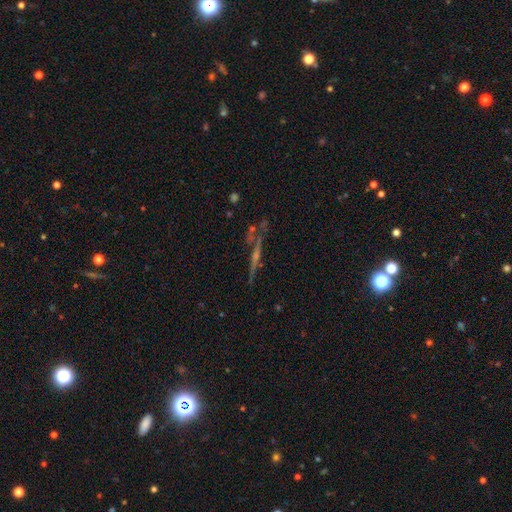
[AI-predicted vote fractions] Smooth or featured? Predicted: featured or disk (p=0.61). Edge-on disk? Predicted: yes (p=0.80). Merging? Predicted: none (p=0.60).